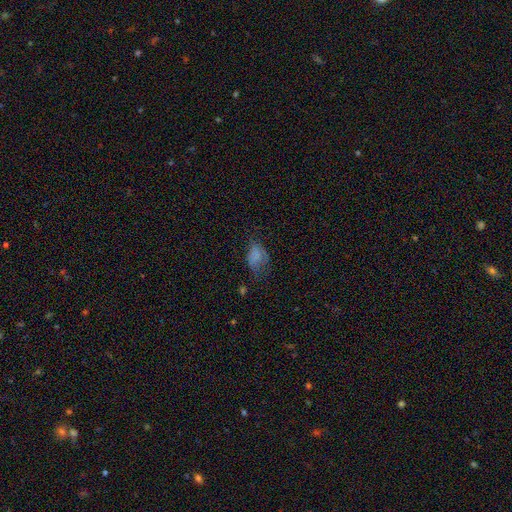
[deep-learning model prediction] This is likely a smooth galaxy (69%). How rounded: clearly in between (82%). Merging: marginally none (35%).